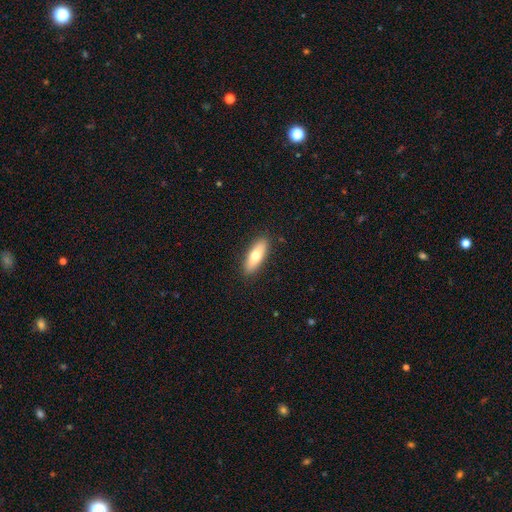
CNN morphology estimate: Overall: smooth (70%). How rounded: in between (60%; cigar-shaped 37%). Merging: none (89%).